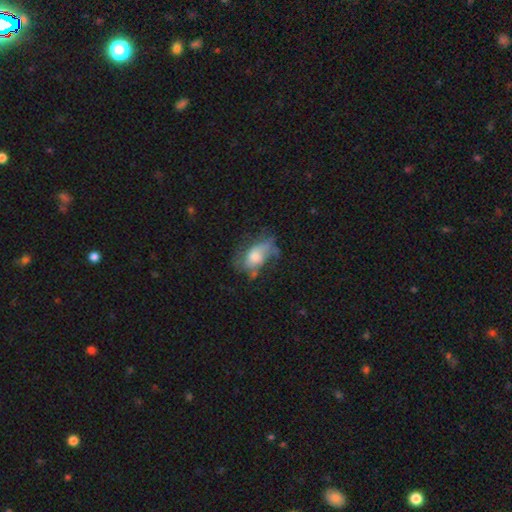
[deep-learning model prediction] This is possibly a smooth galaxy (46%). Merging: marginally none (34%).